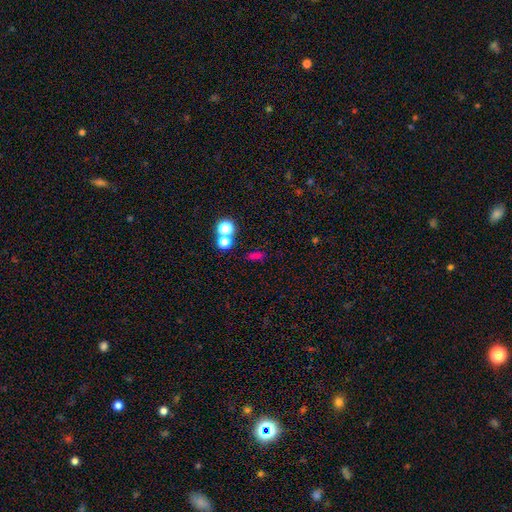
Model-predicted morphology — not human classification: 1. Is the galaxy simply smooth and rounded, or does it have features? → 66% smooth, 25% star or artifact, 9% featured or disk.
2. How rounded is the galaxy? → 53% in between, 36% round, 10% cigar-shaped.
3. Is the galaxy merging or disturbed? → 71% none, 15% merger, 9% minor disturbance, 4% major disturbance.